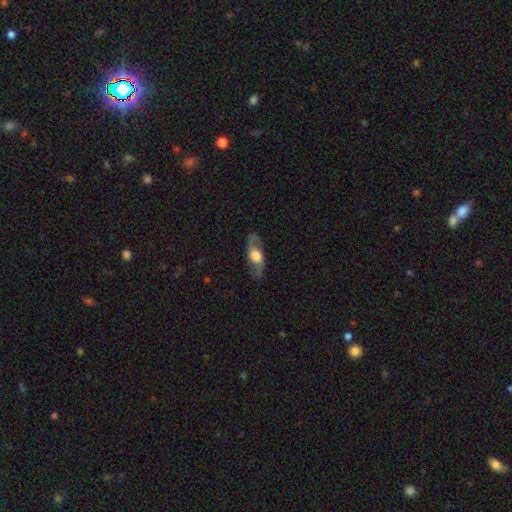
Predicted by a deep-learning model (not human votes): Smooth or featured: featured or disk — 64% (smooth — 30%)
Edge-on disk: no — 68% (yes — 32%)
Merging: none — 79% (minor disturbance — 13%)